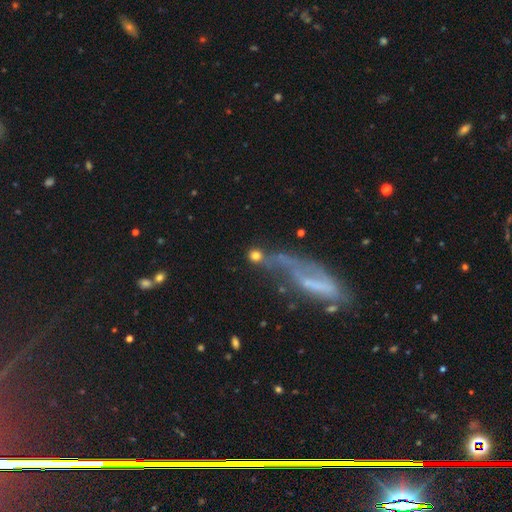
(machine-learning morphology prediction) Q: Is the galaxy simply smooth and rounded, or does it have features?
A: smooth — 73%.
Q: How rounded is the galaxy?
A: round — 87%.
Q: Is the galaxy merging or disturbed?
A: none — 53%.